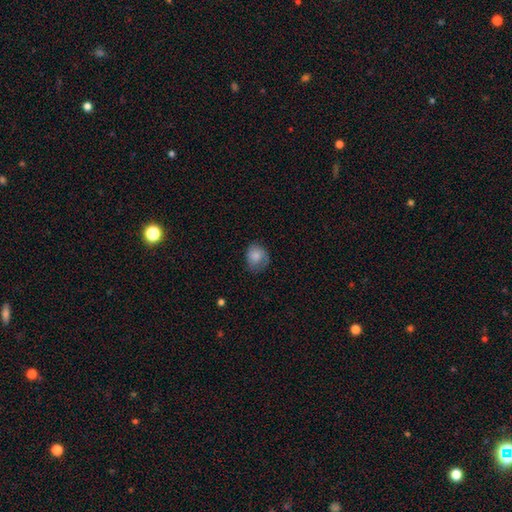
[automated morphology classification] This is likely a smooth galaxy (80%). How rounded: likely round (61%). Merging: possibly none (59%).